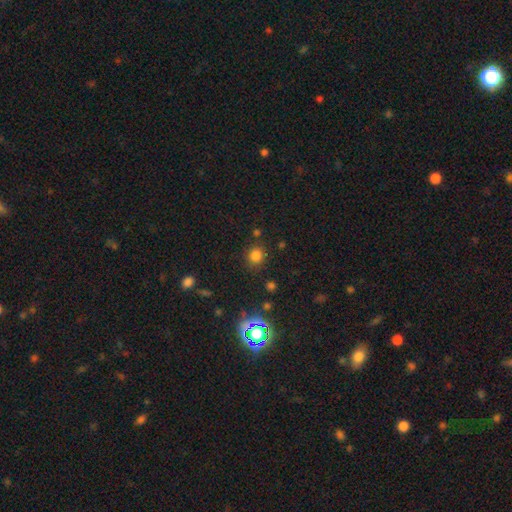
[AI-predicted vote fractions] smooth-or-featured: smooth: 77% | star or artifact: 18% | featured or disk: 5%
  how-rounded: round: 82% | in between: 17% | cigar-shaped: 1%
  merging: none: 82% | minor disturbance: 10% | merger: 4% | major disturbance: 4%